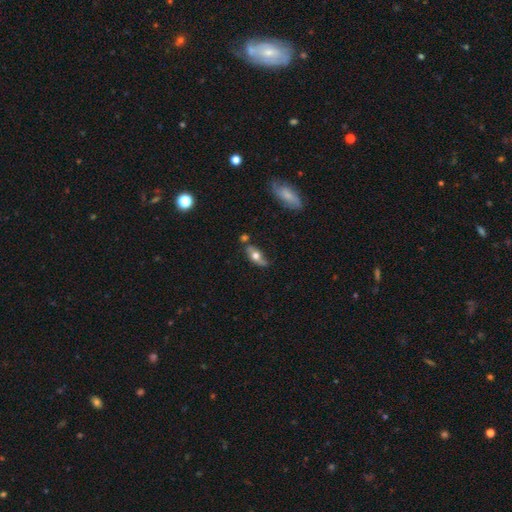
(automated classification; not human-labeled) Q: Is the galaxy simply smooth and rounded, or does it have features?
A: smooth — 48%.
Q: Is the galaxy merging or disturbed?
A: none — 61%.